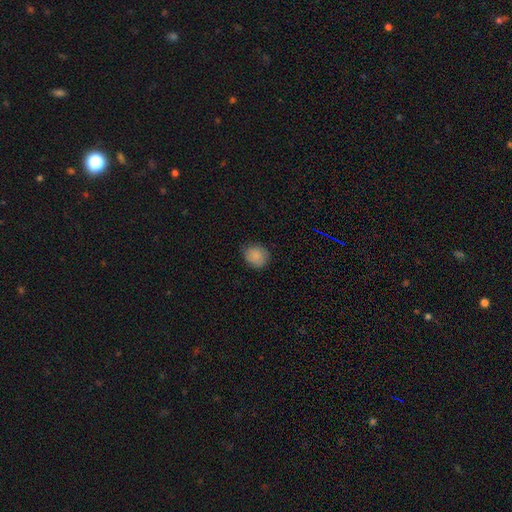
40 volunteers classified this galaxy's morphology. Volunteers were most divided on "merging": none: 78%, minor disturbance: 14%, major disturbance: 5%, merger: 3%. More confident: smooth or featured — smooth (92%); how rounded — round (86%).